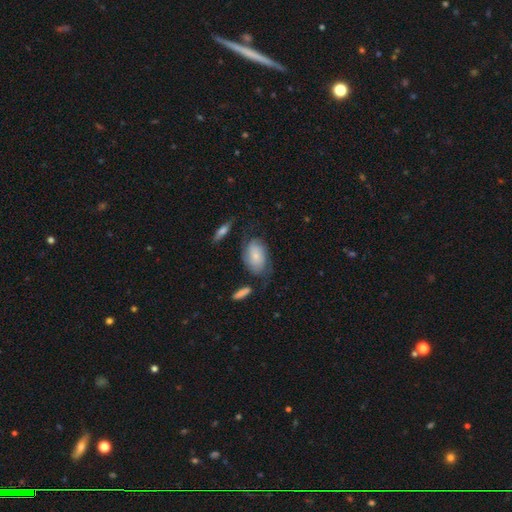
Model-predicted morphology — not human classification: Smooth or featured? smooth (58%)
How rounded? in between (88%)
Merging? none (55%)